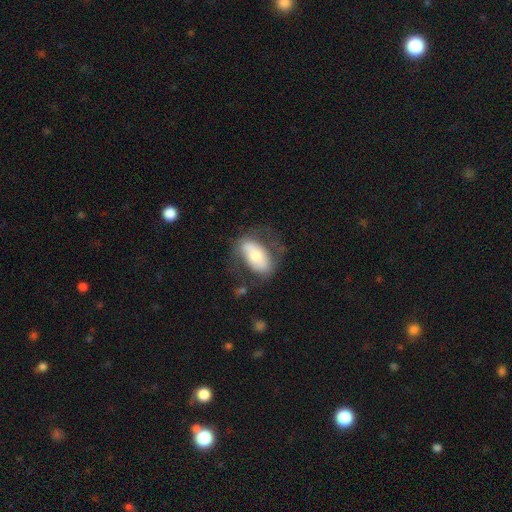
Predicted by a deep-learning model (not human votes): smooth_or_featured: smooth (p=0.53) [alt: featured or disk p=0.41]
how_rounded: in between (p=0.90) [alt: round p=0.06]
merging: none (p=0.58) [alt: minor disturbance p=0.23]